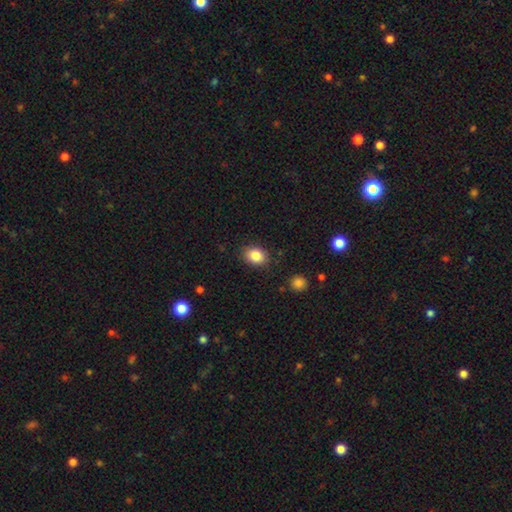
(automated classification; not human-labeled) Overall: smooth (85%). How rounded: in between (59%; round 40%). Merging: none (85%).